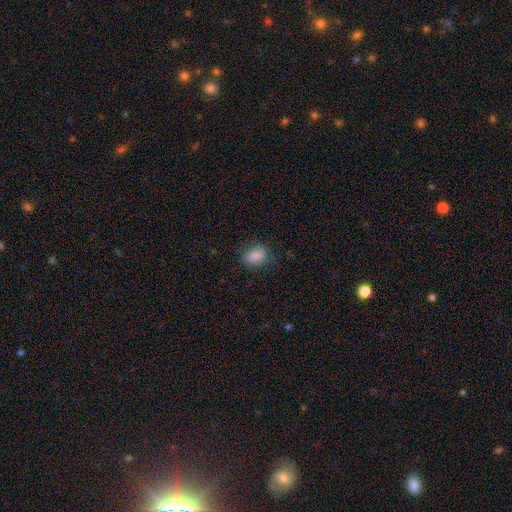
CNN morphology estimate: smooth 84%, star or artifact 8%, featured or disk 7%. Down the decision tree: how rounded — in between (71%); merging — none (77%).